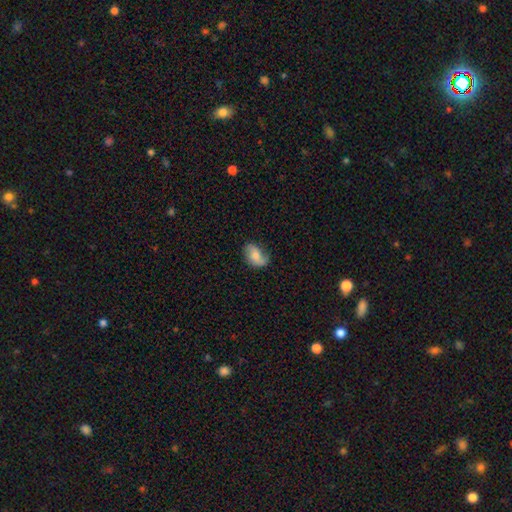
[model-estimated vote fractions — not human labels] A smooth galaxy with no disk features (52%) that is in between round and cigar-shaped (83%).

Vote fractions:
- Smooth or featured? smooth: 52% / featured or disk: 41% / star or artifact: 8%
- How rounded? in between: 83% / round: 15% / cigar-shaped: 2%
- Merging? none: 62% / minor disturbance: 28% / major disturbance: 8% / merger: 2%